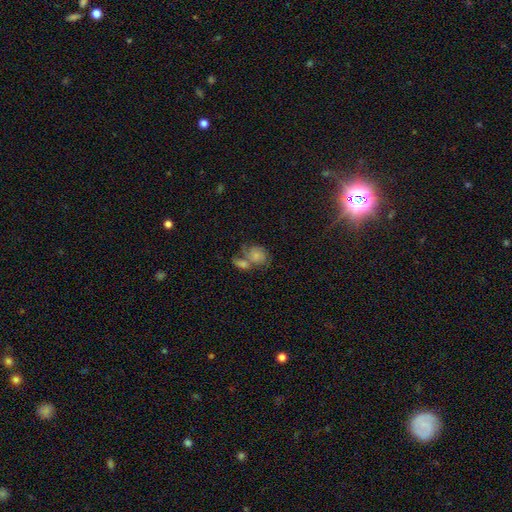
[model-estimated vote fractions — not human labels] Morphology: type=smooth (55%); roundness=round (51%); merging=merger (52%).